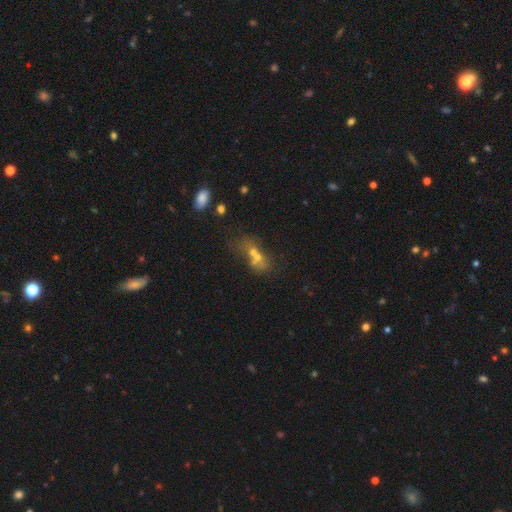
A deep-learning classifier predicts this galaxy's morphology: smooth-or-featured: smooth: 50% | featured or disk: 26% | star or artifact: 24%
  how-rounded: in between: 53% | round: 40% | cigar-shaped: 7%
  merging: merger: 59% | none: 25% | minor disturbance: 8% | major disturbance: 8%